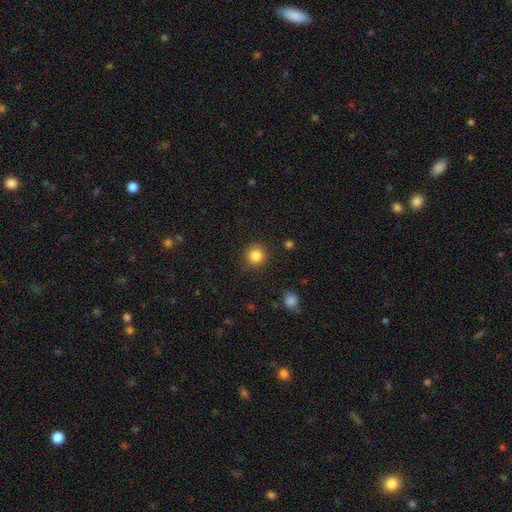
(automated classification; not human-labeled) smooth-or-featured: smooth: 84% | star or artifact: 11% | featured or disk: 5%
  how-rounded: round: 93% | in between: 7% | cigar-shaped: 1%
  merging: none: 88% | minor disturbance: 8% | major disturbance: 3% | merger: 1%